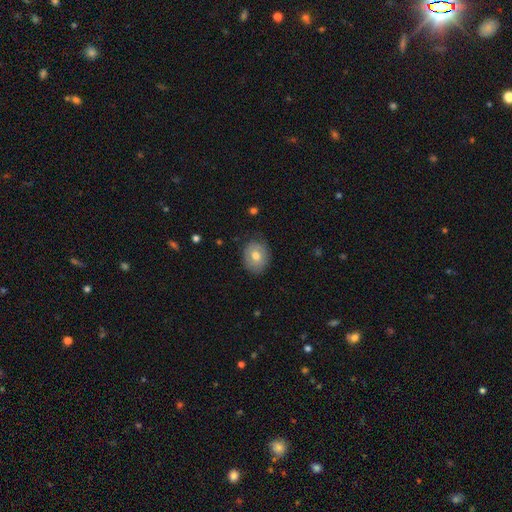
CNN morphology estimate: Smooth or featured?
  - smooth: 68% *
  - featured or disk: 25%
  - star or artifact: 8%
How rounded?
  - round: 53% *
  - in between: 46%
  - cigar-shaped: 1%
Merging?
  - none: 80% *
  - minor disturbance: 15%
  - major disturbance: 3%
  - merger: 1%